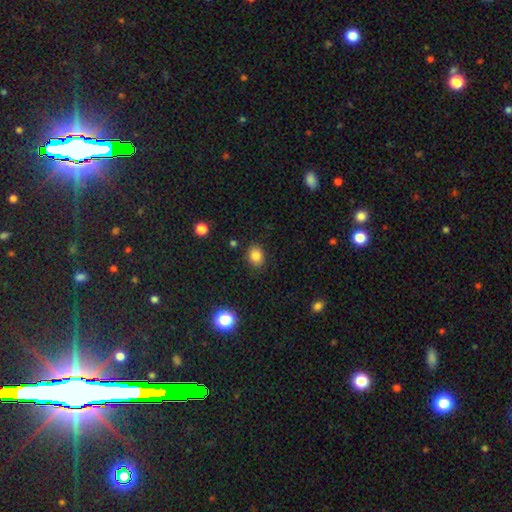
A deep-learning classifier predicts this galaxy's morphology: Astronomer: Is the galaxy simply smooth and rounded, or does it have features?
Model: smooth — 83%.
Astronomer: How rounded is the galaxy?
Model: in between — 56% (runner-up: round, 43%).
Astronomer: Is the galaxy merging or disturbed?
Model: none — 87%.